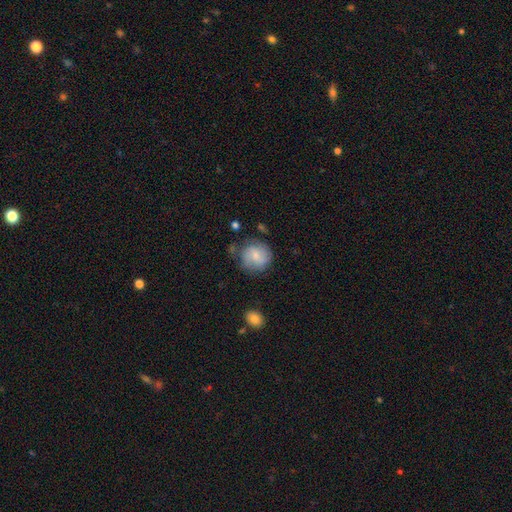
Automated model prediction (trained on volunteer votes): This is likely a smooth galaxy (62%). How rounded: clearly round (86%). Merging: likely none (68%).